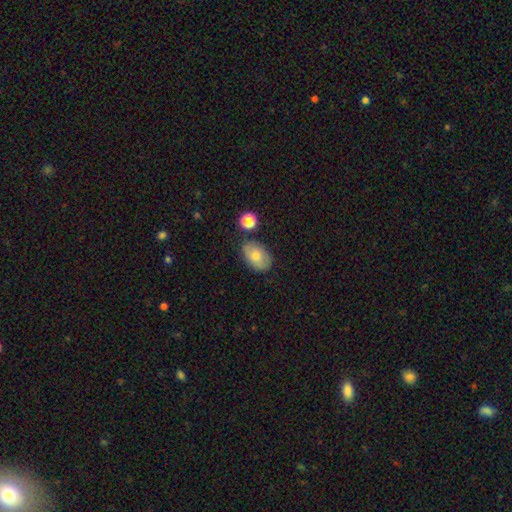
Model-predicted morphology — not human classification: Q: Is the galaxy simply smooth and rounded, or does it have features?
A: smooth — 71%.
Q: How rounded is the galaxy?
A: in between — 85%.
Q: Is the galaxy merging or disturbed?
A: none — 74%.